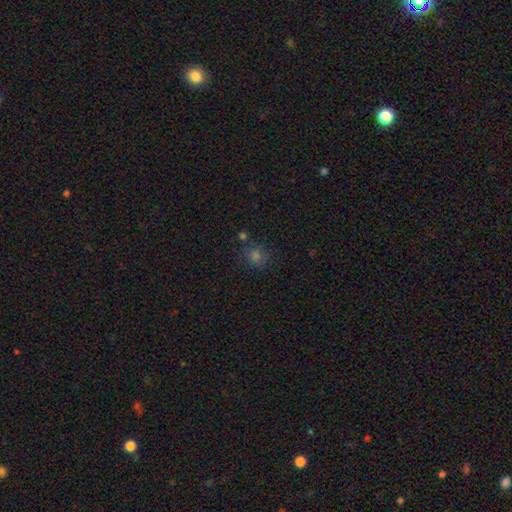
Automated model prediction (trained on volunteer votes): A smooth galaxy with no disk features (66%) that is round (81%). Merging: none (79%).